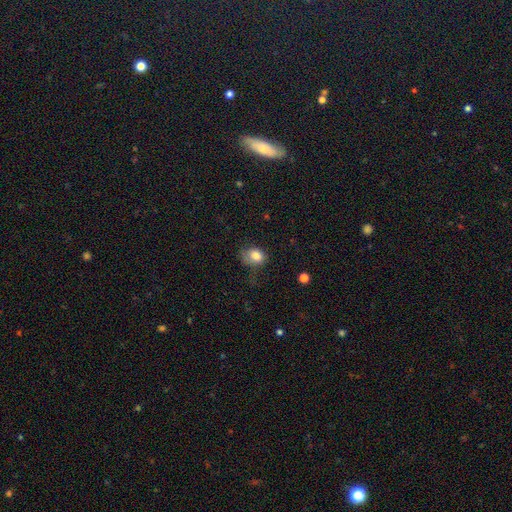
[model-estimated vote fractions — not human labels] Smooth or featured?
  - smooth: 82% *
  - star or artifact: 9%
  - featured or disk: 9%
How rounded?
  - in between: 60% *
  - round: 39%
  - cigar-shaped: 1%
Merging?
  - none: 47% *
  - minor disturbance: 33%
  - major disturbance: 18%
  - merger: 2%